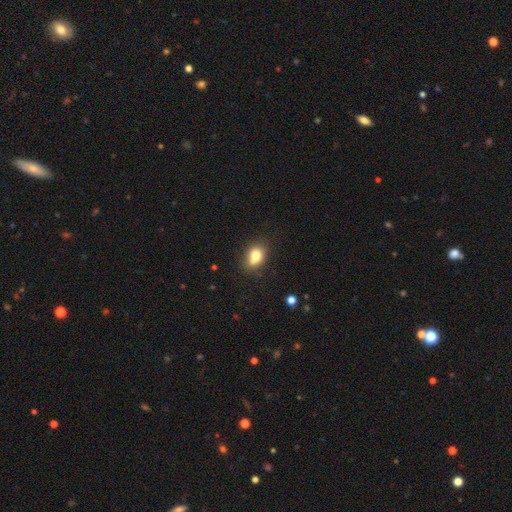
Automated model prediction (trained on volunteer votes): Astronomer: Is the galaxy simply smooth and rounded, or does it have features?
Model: smooth — 76%.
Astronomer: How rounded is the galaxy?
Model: in between — 59% (runner-up: round, 40%).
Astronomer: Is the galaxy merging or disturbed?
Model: none — 58%.